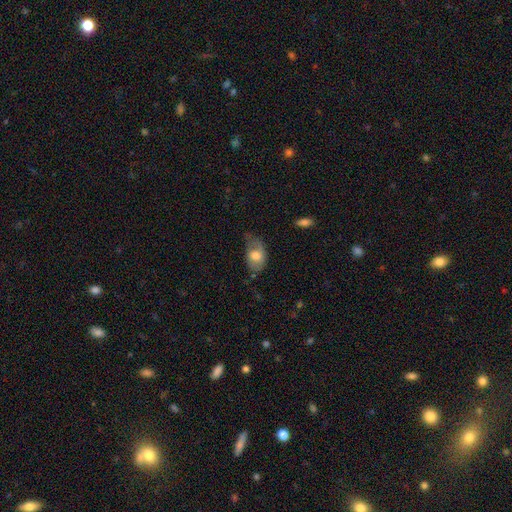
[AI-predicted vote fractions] smooth-or-featured: smooth: 69% | featured or disk: 24% | star or artifact: 7%
  how-rounded: in between: 87% | round: 11% | cigar-shaped: 2%
  merging: minor disturbance: 40% | none: 36% | major disturbance: 21% | merger: 3%